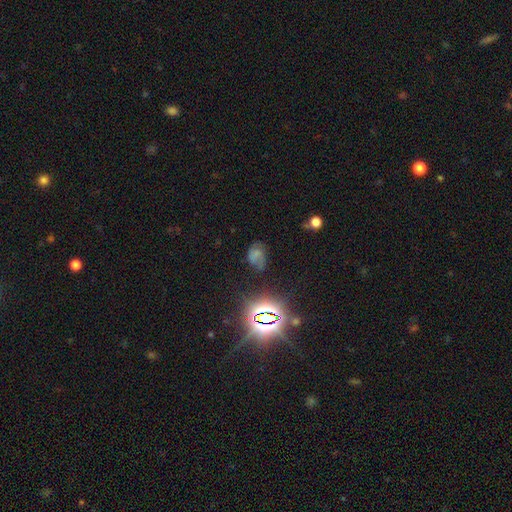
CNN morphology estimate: Q: Smooth or featured?
A: smooth (42%); runner-up: featured or disk (31%)
Q: Merging?
A: none (47%); runner-up: minor disturbance (28%)